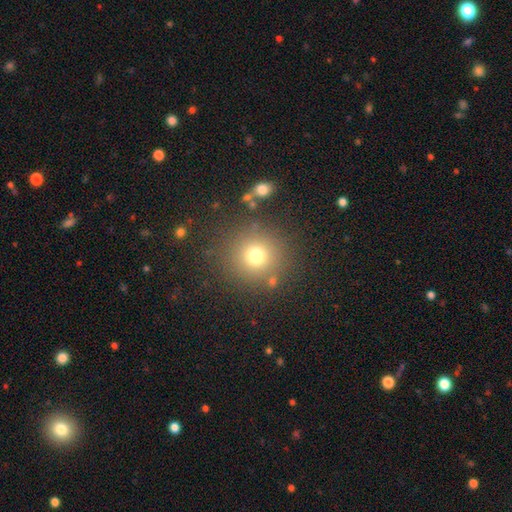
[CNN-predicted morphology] type=smooth (73%); roundness=round (93%); merging=none (83%).